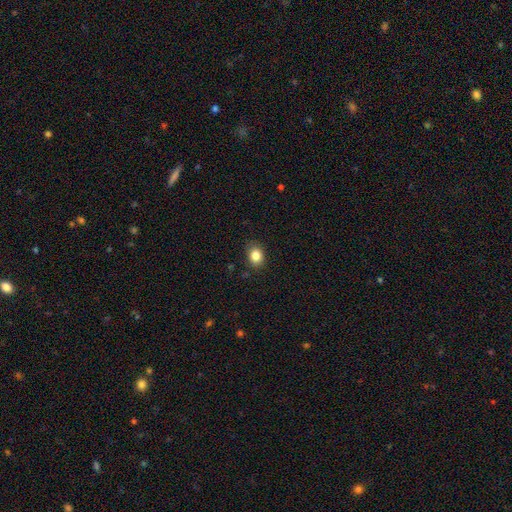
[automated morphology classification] smooth-or-featured: smooth: 84% | star or artifact: 10% | featured or disk: 6%
  how-rounded: in between: 54% | round: 45% | cigar-shaped: 1%
  merging: none: 85% | minor disturbance: 12% | major disturbance: 3% | merger: 1%